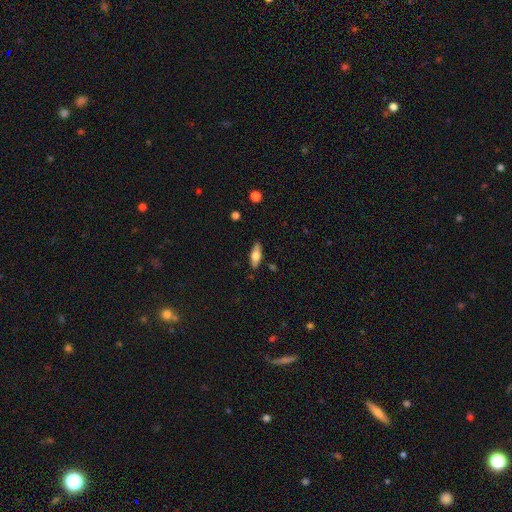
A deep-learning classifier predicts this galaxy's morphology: type=smooth (61%); roundness=in between (68%); merging=none (86%).